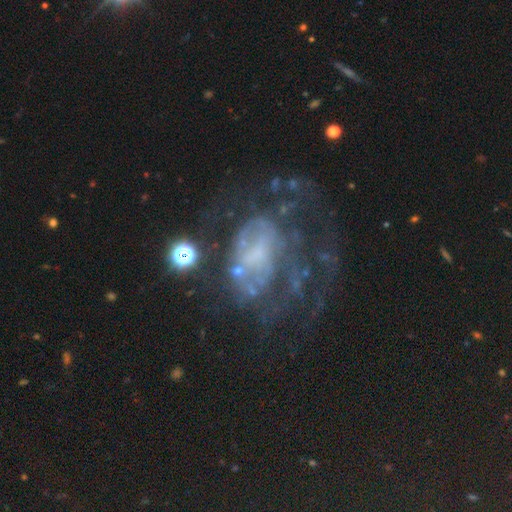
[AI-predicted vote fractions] Smooth or featured? Predicted: featured or disk (p=0.68). Edge-on disk? Predicted: no (p=0.97). Bar? Predicted: no (p=0.68). Spiral arms? Predicted: yes (p=0.51). Bulge size? Predicted: none (p=0.48). Merging? Predicted: major disturbance (p=0.40).